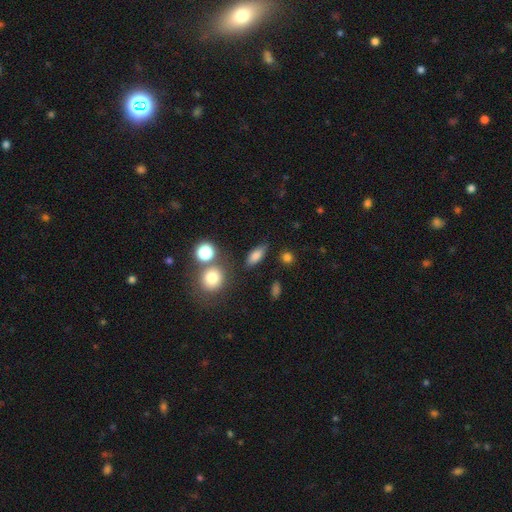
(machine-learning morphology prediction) Smooth or featured?
  - smooth: 78% *
  - star or artifact: 12%
  - featured or disk: 10%
How rounded?
  - in between: 69% *
  - cigar-shaped: 18%
  - round: 13%
Merging?
  - none: 76% *
  - minor disturbance: 14%
  - merger: 6%
  - major disturbance: 5%